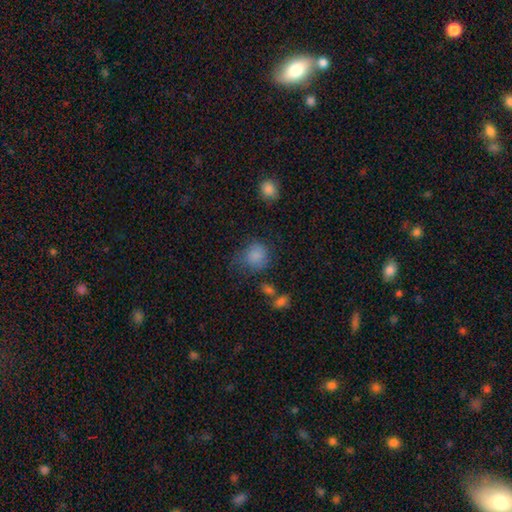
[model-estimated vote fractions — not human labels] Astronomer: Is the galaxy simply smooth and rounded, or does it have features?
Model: smooth — 83%.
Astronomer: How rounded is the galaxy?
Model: round — 78%.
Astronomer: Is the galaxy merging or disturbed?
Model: none — 60%.